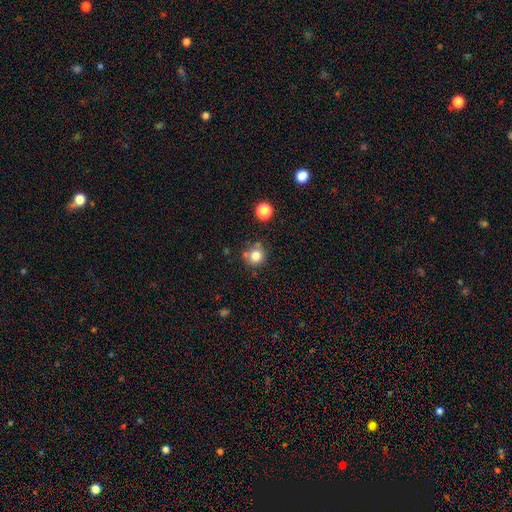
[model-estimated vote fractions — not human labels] Morphology: type=smooth (80%); roundness=round (89%); merging=none (69%).